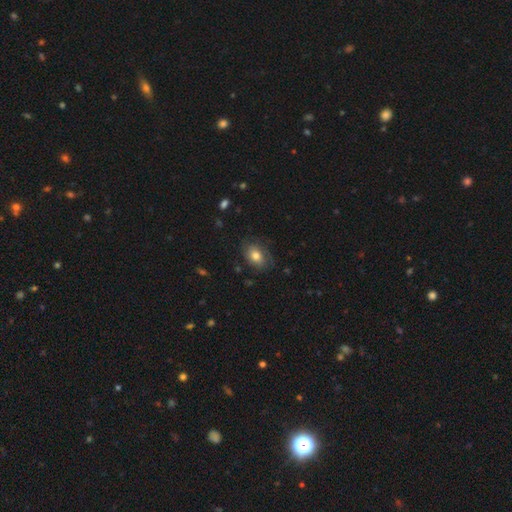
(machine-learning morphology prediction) A smooth galaxy with no disk features (67%) that is in between round and cigar-shaped (74%).

Vote fractions:
- Smooth or featured? smooth: 67% / featured or disk: 24% / star or artifact: 9%
- How rounded? in between: 74% / round: 25% / cigar-shaped: 1%
- Merging? none: 72% / minor disturbance: 20% / major disturbance: 7% / merger: 1%